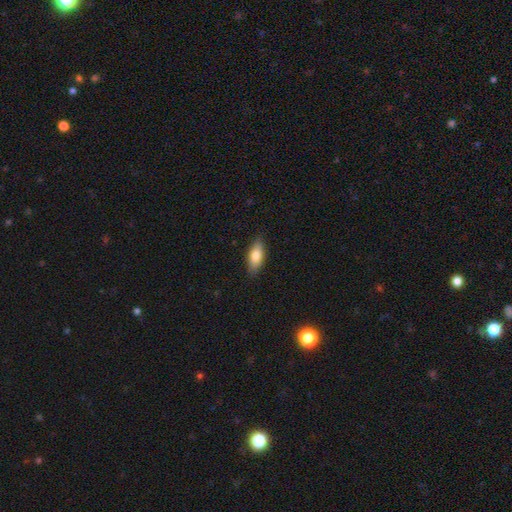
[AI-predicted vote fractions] This is likely a smooth galaxy (79%). How rounded: likely in between (78%). Merging: clearly none (86%).